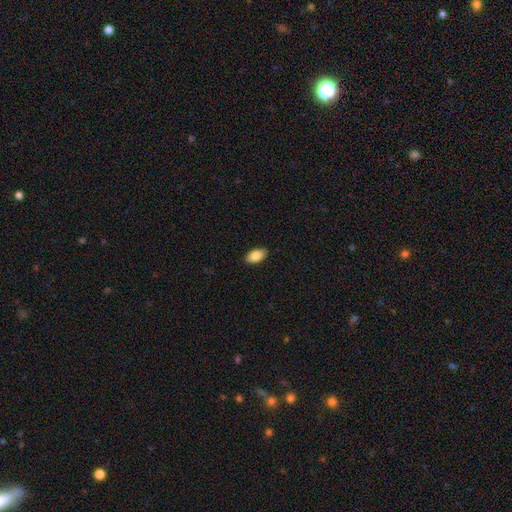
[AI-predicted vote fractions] A smooth galaxy with no disk features (84%) that is in between round and cigar-shaped (93%). Merging: none (89%).